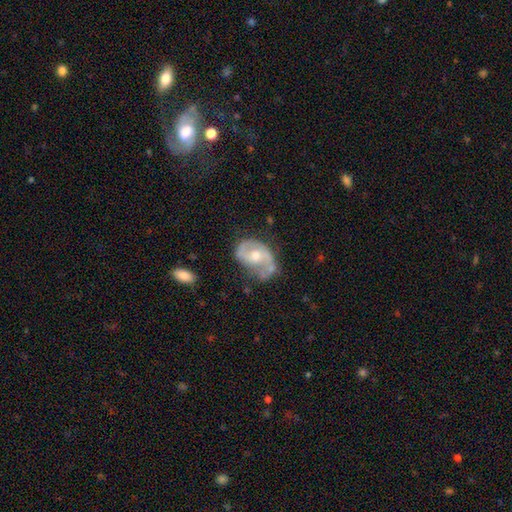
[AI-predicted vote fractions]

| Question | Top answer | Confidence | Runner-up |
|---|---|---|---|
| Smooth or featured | featured or disk | 77% | smooth (16%) |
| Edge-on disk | no | 97% | yes (3%) |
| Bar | no | 53% | weak (38%) |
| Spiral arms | yes | 85% | no (15%) |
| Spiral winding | medium | 47% | loose (31%) |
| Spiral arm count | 2 | 77% | 1 (11%) |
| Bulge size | moderate | 67% | small (23%) |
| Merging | none | 49% | minor disturbance (28%) |